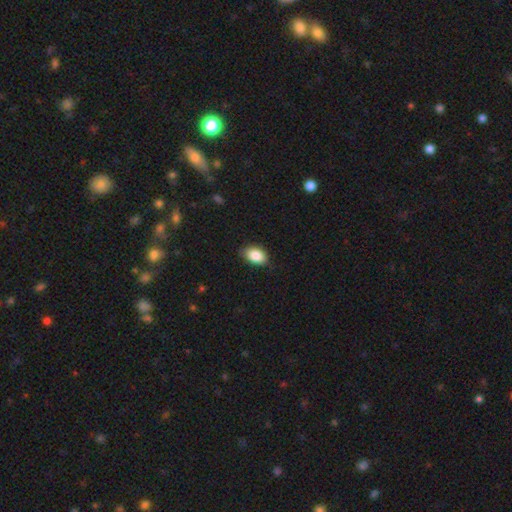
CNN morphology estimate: A smooth galaxy with no disk features (88%) that is in between round and cigar-shaped (90%). Merging: none (81%).